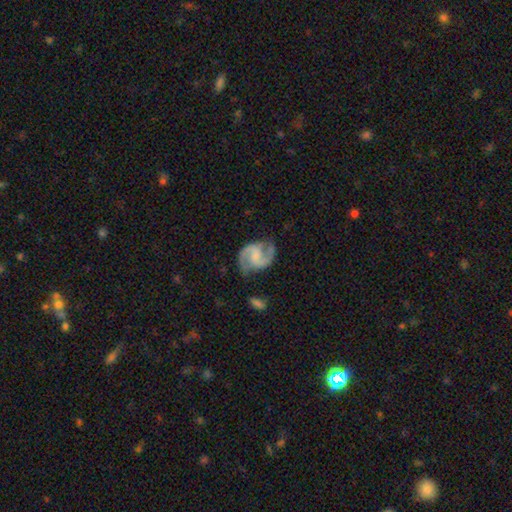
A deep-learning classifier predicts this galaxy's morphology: Smooth or featured? Predicted: featured or disk (p=0.90). Edge-on disk? Predicted: no (p=0.98). Bar? Predicted: weak (p=0.47). Spiral arms? Predicted: yes (p=0.98). Spiral winding? Predicted: medium (p=0.59). Spiral arm count? Predicted: 2 (p=0.94). Bulge size? Predicted: none (p=0.49). Merging? Predicted: none (p=0.75).